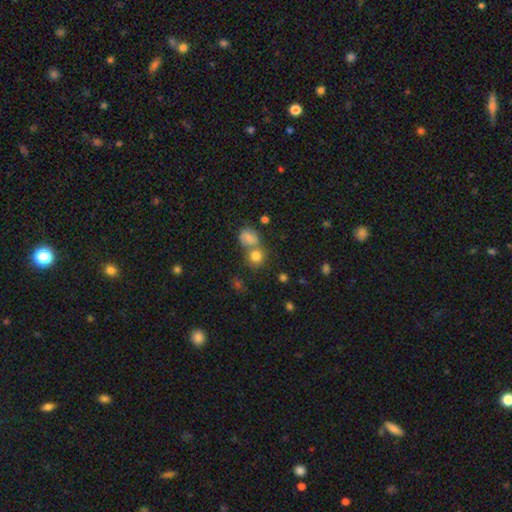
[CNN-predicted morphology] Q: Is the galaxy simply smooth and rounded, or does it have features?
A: smooth — 77%.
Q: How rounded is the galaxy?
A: round — 78%.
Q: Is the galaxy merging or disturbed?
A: none — 44%.